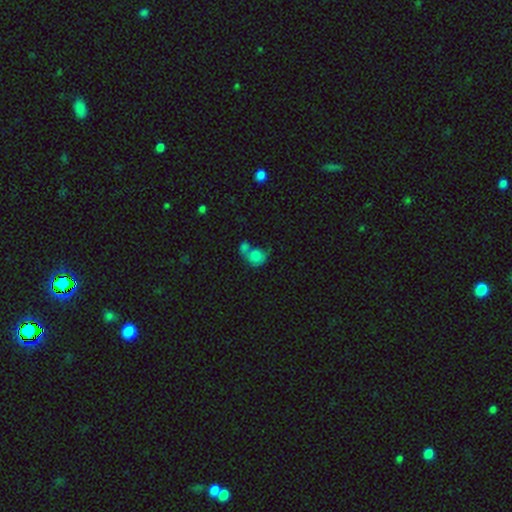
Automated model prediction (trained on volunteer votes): A smooth galaxy with no disk features (79%) that is round (62%).

Vote fractions:
- Smooth or featured? smooth: 79% / featured or disk: 12% / star or artifact: 10%
- How rounded? round: 62% / in between: 37% / cigar-shaped: 1%
- Merging? merger: 58% / none: 22% / minor disturbance: 10% / major disturbance: 10%